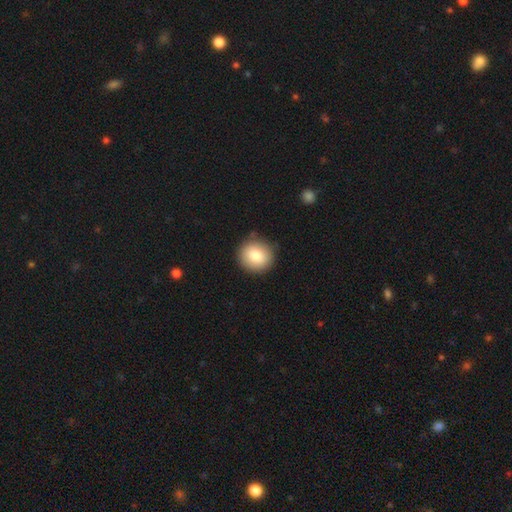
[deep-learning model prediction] The model was most divided on "smooth or featured": smooth: 82%, featured or disk: 10%, star or artifact: 8%. More confident: how rounded — round (89%); merging — none (88%).